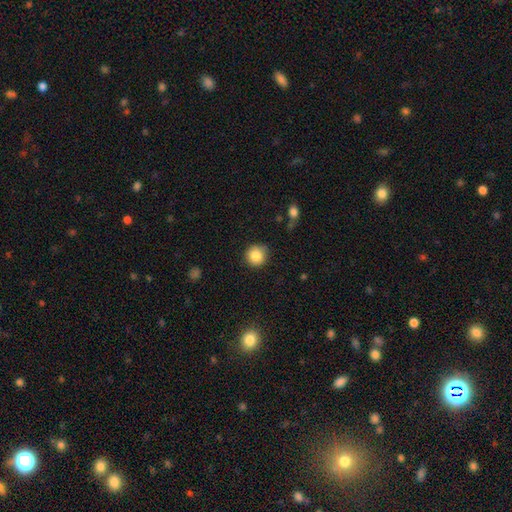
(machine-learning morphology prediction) Smooth or featured: smooth — 86% (star or artifact — 9%)
How rounded: round — 93% (in between — 6%)
Merging: none — 85% (minor disturbance — 11%)